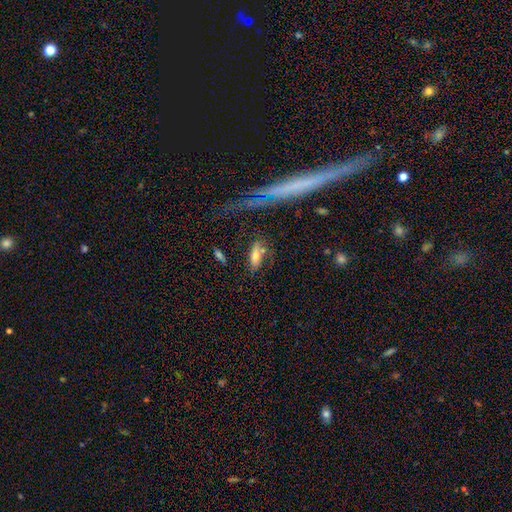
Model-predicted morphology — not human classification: smooth 65%, featured or disk 24%, star or artifact 11%. Down the decision tree: how rounded — in between (66%); merging — none (62%).